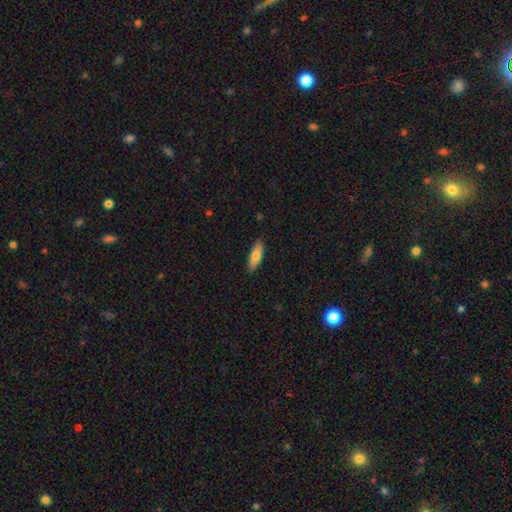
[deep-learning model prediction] This appears to be a smooth galaxy with no disk features (74%) that is in between round and cigar-shaped (59%). Merging: none (88%).